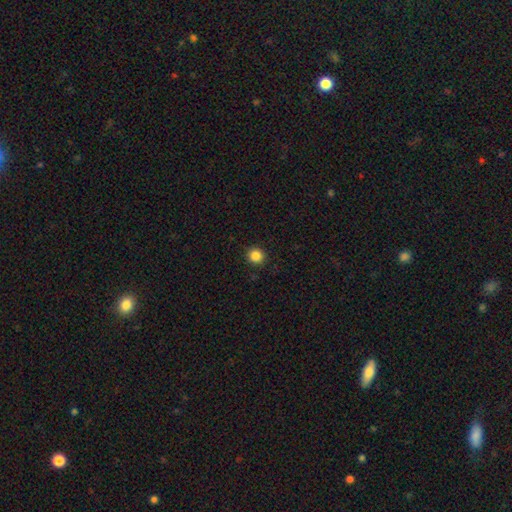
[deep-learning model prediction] Smooth or featured?
  - smooth: 86% *
  - star or artifact: 11%
  - featured or disk: 4%
How rounded?
  - round: 92% *
  - in between: 7%
  - cigar-shaped: 1%
Merging?
  - none: 93% *
  - minor disturbance: 5%
  - major disturbance: 2%
  - merger: 1%